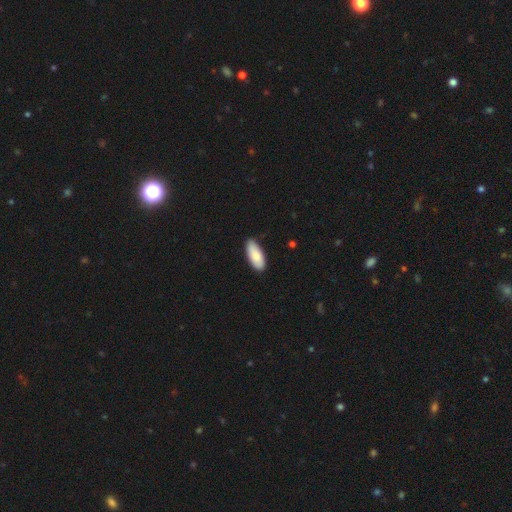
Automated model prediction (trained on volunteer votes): smooth 86%, featured or disk 9%, star or artifact 6%. Down the decision tree: how rounded — in between (86%); merging — none (81%).